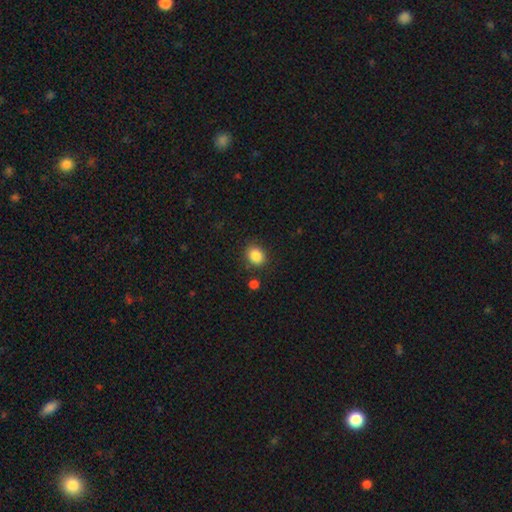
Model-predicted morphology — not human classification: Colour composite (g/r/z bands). It shows a smooth galaxy with no disk features (86%) that is round (59%). Merging: none (83%).